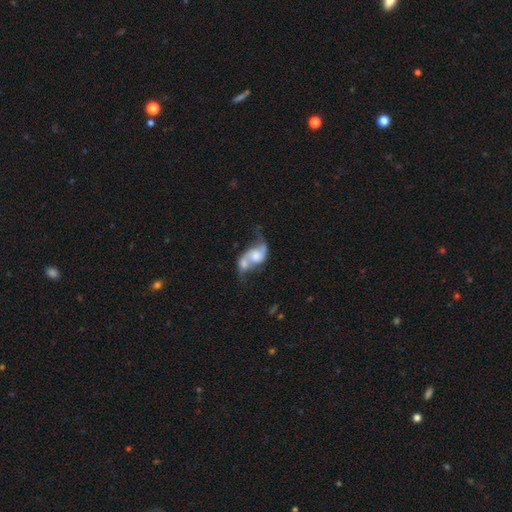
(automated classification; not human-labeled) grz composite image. It shows a featured or disk galaxy (62%) with no bar (69%), spiral arms (75%) and a moderate central bulge (30%). Merging: merger (59%).